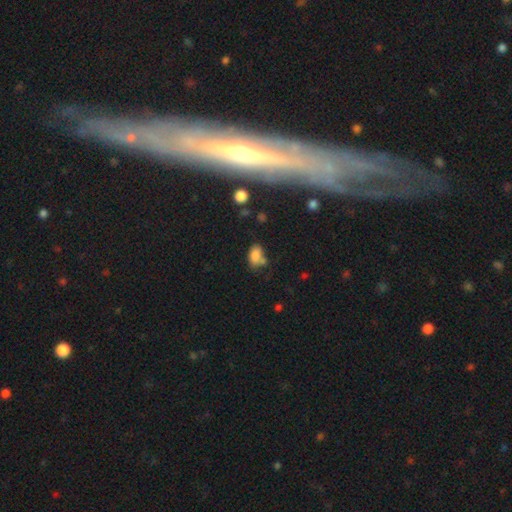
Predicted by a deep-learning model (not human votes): Q: Smooth or featured?
A: smooth (80%); runner-up: star or artifact (11%)
Q: How rounded?
A: in between (87%); runner-up: round (11%)
Q: Merging?
A: none (49%); runner-up: minor disturbance (22%)